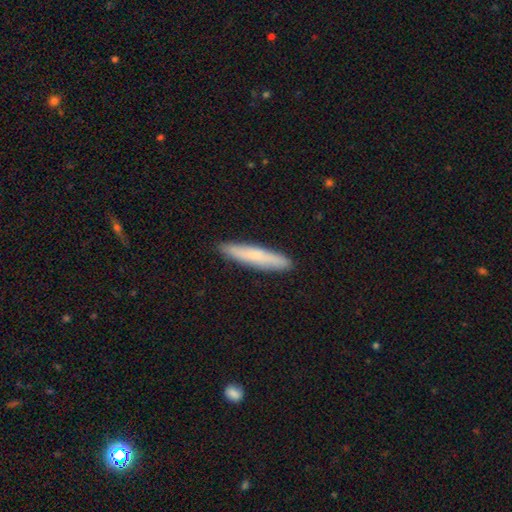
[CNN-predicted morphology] Smooth or featured: smooth — 70% (featured or disk — 24%)
How rounded: cigar-shaped — 92% (in between — 7%)
Merging: none — 91% (minor disturbance — 7%)